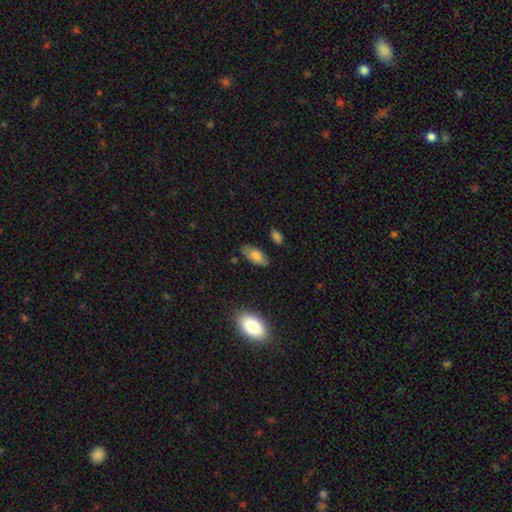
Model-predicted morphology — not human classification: smooth_or_featured: smooth (p=0.74) [alt: featured or disk p=0.19]
how_rounded: in between (p=0.91) [alt: cigar-shaped p=0.06]
merging: none (p=0.81) [alt: minor disturbance p=0.14]